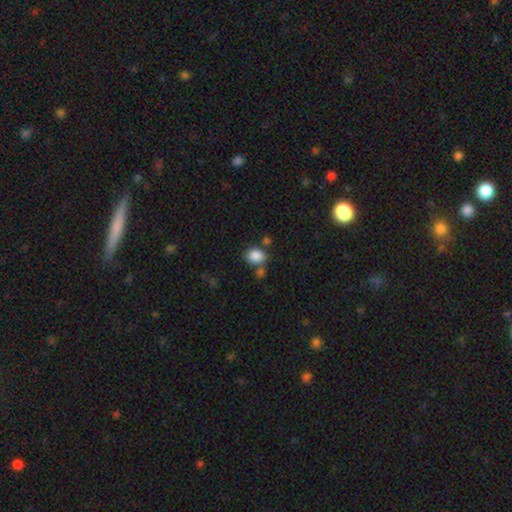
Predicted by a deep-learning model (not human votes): smooth 86%, star or artifact 9%, featured or disk 5%. Down the decision tree: how rounded — in between (51%); merging — none (64%).